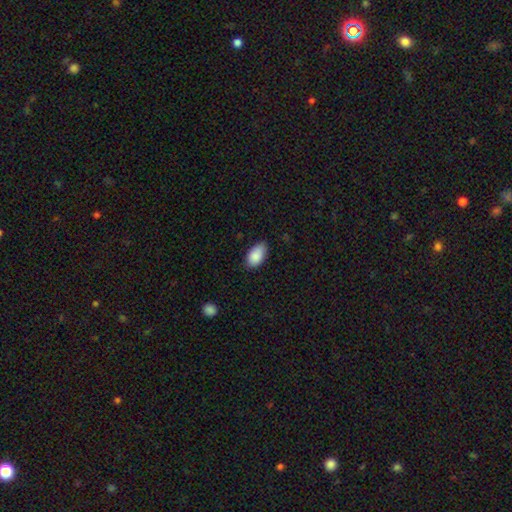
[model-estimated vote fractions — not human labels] This appears to be a smooth galaxy with no disk features (88%) that is in between round and cigar-shaped (94%). Merging: none (77%).